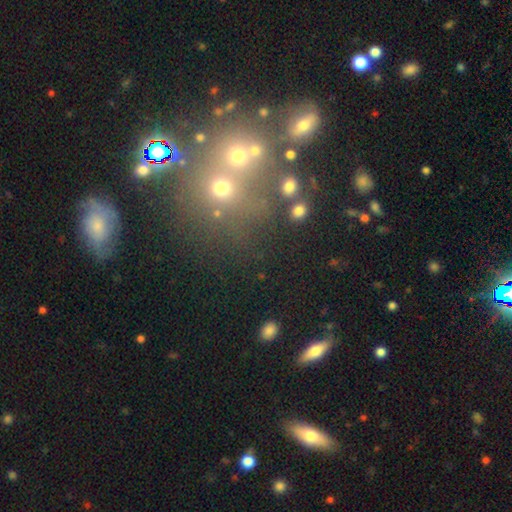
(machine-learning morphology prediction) Overall: smooth (41%; star or artifact 39%). Merging: none (58%; merger 24%).